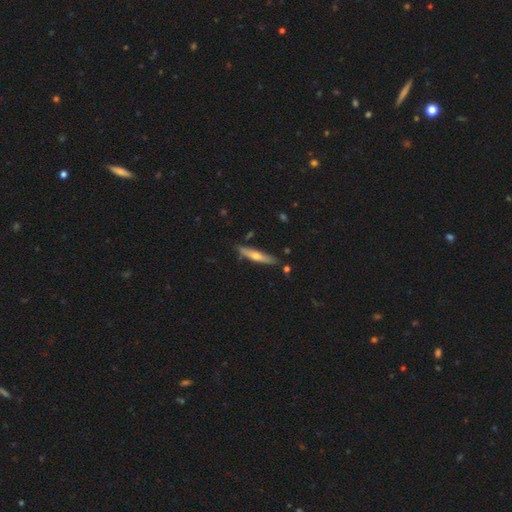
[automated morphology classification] A featured or disk galaxy (51%) viewed edge-on (91%). Merging: none (84%).